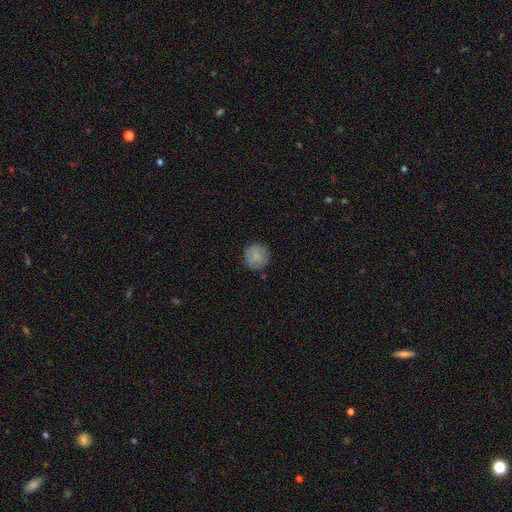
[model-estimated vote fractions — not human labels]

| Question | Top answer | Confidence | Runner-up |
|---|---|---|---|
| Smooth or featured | smooth | 82% | featured or disk (11%) |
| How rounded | round | 94% | in between (5%) |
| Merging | none | 84% | minor disturbance (12%) |